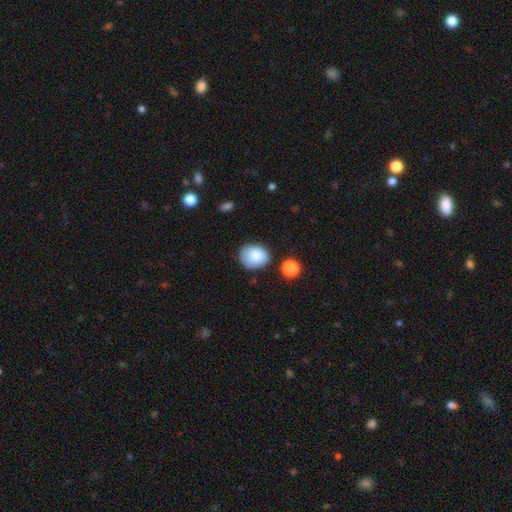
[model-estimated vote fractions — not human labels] Overall: smooth (83%). How rounded: round (59%; in between 40%). Merging: none (70%).